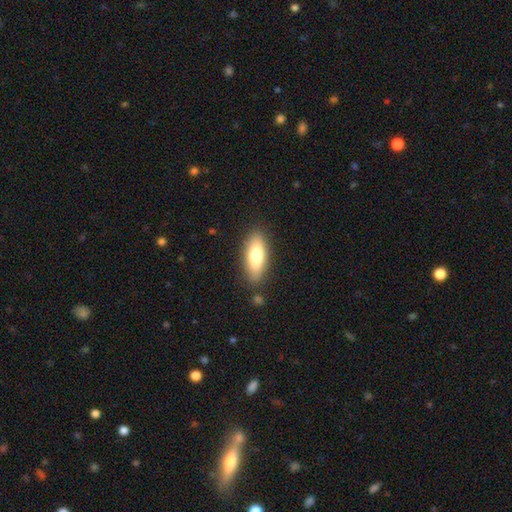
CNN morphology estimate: Overall: smooth (75%). How rounded: in between (70%). Merging: none (83%).